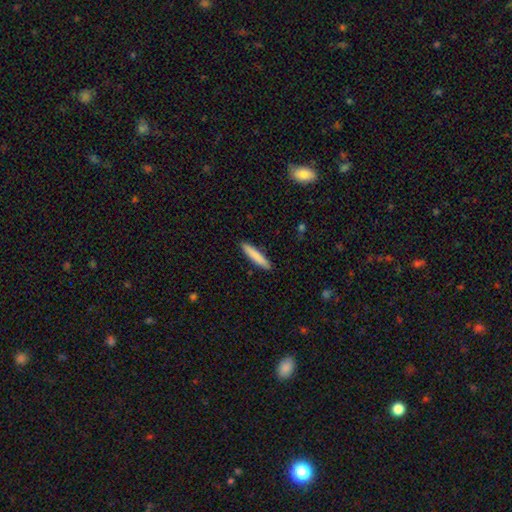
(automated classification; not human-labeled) Smooth or featured: smooth — 83% (featured or disk — 11%)
How rounded: cigar-shaped — 91% (in between — 8%)
Merging: none — 90% (minor disturbance — 7%)